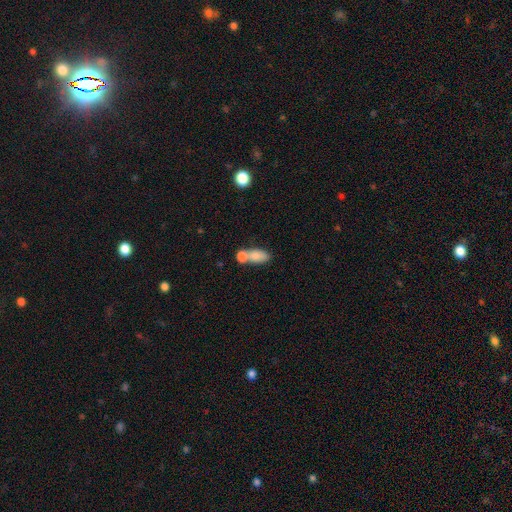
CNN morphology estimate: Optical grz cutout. It shows a smooth galaxy with no disk features (78%) that is in between round and cigar-shaped (83%). Merging: merger (57%).